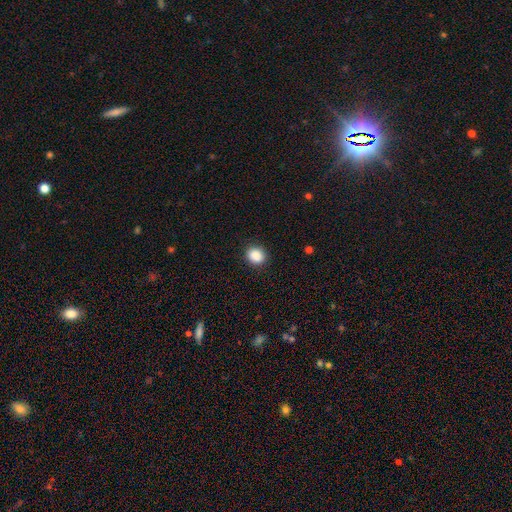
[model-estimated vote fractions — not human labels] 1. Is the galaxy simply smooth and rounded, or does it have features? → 89% smooth, 9% star or artifact, 3% featured or disk.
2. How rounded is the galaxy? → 69% round, 30% in between, 1% cigar-shaped.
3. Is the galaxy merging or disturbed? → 90% none, 7% minor disturbance, 2% major disturbance, 1% merger.